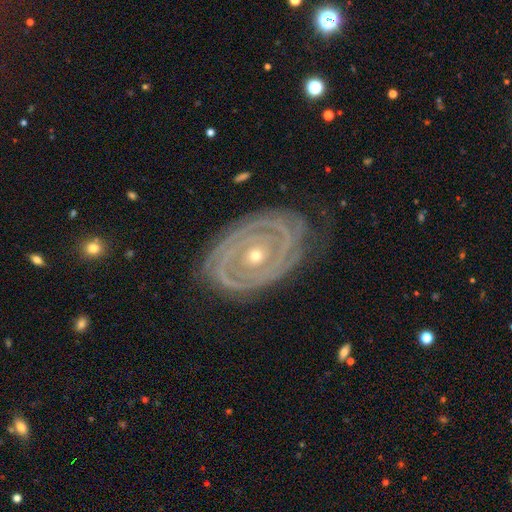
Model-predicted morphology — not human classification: smooth_or_featured: featured or disk (p=0.91) [alt: smooth p=0.05]
disk_edge_on: no (p=0.96) [alt: yes p=0.04]
bar: no (p=0.81) [alt: weak p=0.11]
has_spiral_arms: yes (p=0.96) [alt: no p=0.04]
spiral_winding: tight (p=0.88) [alt: medium p=0.10]
spiral_arm_count: 2 (p=0.52) [alt: can't tell p=0.16]
bulge_size: small (p=0.57) [alt: moderate p=0.40]
merging: none (p=0.77) [alt: minor disturbance p=0.16]